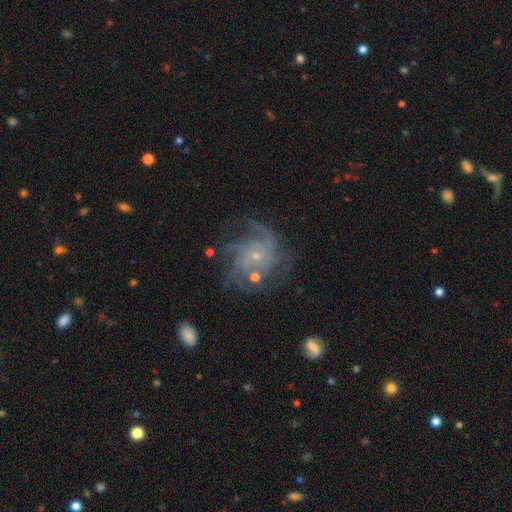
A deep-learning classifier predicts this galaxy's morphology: This appears to be a featured or disk galaxy (84%) with no bar (75%), 3 (24%, tied with can't tell) tight (44%) spiral arms (96%) and a small central bulge (80%). Merging: none (62%).